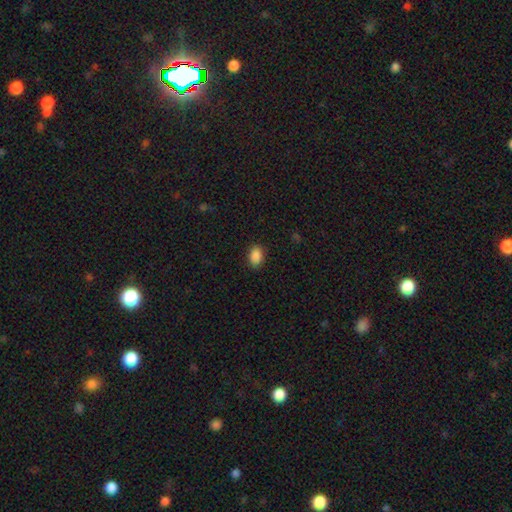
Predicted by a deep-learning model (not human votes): This appears to be a smooth galaxy with no disk features (88%) that is in between round and cigar-shaped (81%). Merging: none (88%).